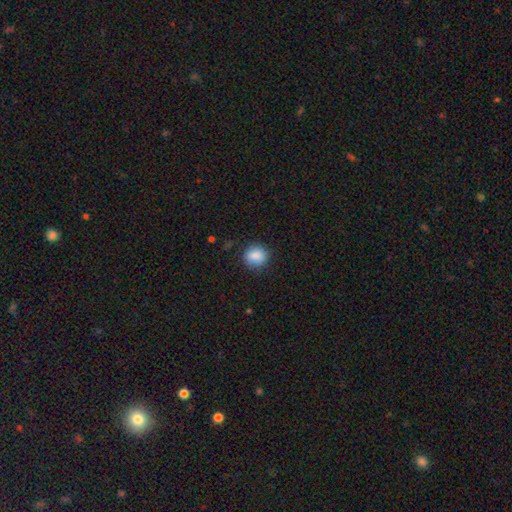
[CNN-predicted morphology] smooth_or_featured: smooth (p=0.86) [alt: star or artifact p=0.08]
how_rounded: round (p=0.80) [alt: in between p=0.19]
merging: none (p=0.84) [alt: minor disturbance p=0.12]